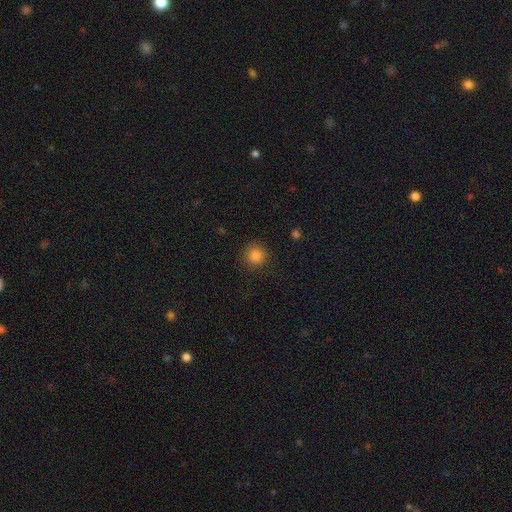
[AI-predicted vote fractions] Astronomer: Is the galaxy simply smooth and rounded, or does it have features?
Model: smooth — 84%.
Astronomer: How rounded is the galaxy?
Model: round — 94%.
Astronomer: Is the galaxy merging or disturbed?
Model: none — 90%.